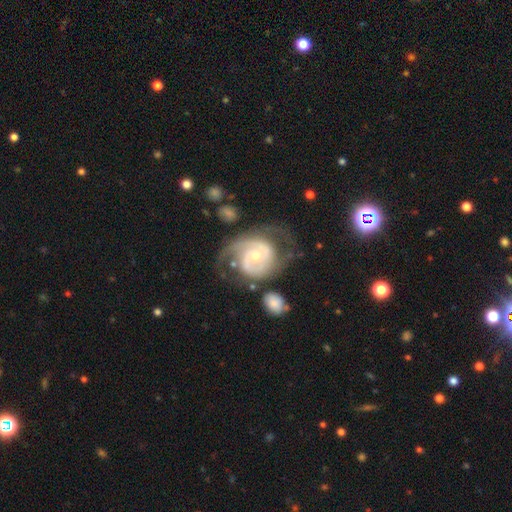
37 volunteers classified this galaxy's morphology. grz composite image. It shows a featured or disk galaxy (92%) with no bar (71%), 2 (67%) tight (58%) spiral arms (97%) and a small central bulge (53%). Merging: none (65%).